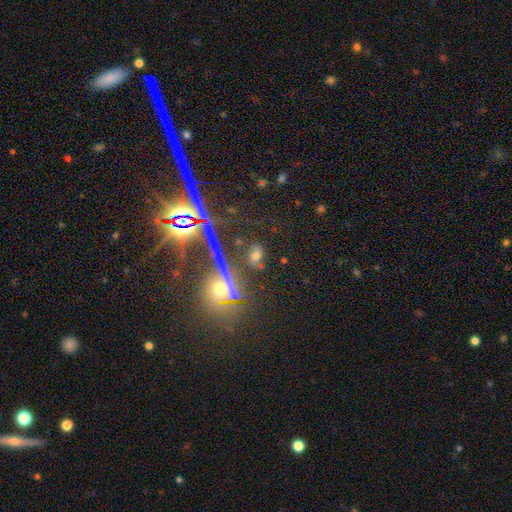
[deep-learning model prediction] Morphology: type=smooth (55%); roundness=in between (64%); merging=none (71%).